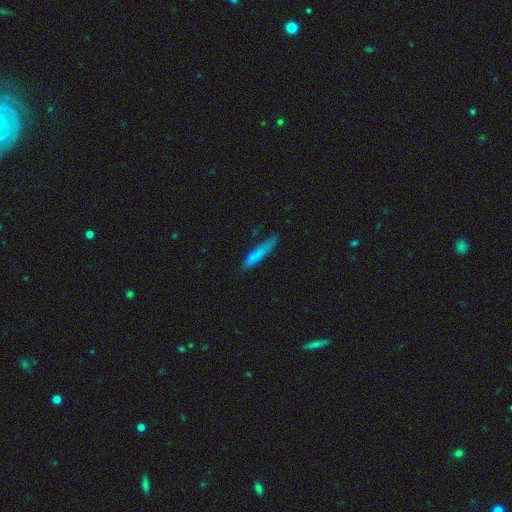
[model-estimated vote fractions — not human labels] Smooth or featured: smooth — 73% (featured or disk — 18%)
How rounded: cigar-shaped — 86% (in between — 12%)
Merging: none — 60% (minor disturbance — 26%)